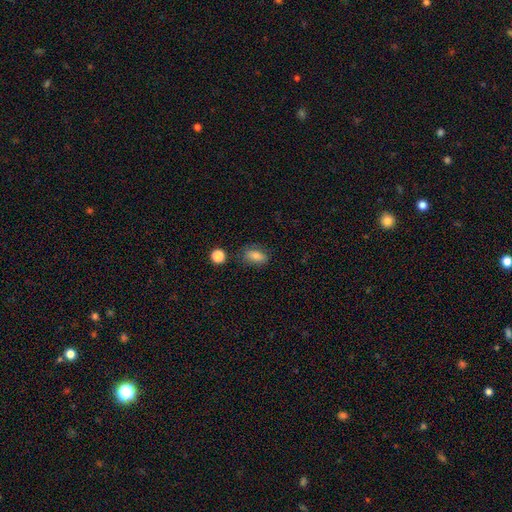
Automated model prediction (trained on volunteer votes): smooth-or-featured: smooth: 78% | featured or disk: 12% | star or artifact: 10%
  how-rounded: in between: 84% | round: 11% | cigar-shaped: 5%
  merging: none: 76% | minor disturbance: 16% | major disturbance: 4% | merger: 3%